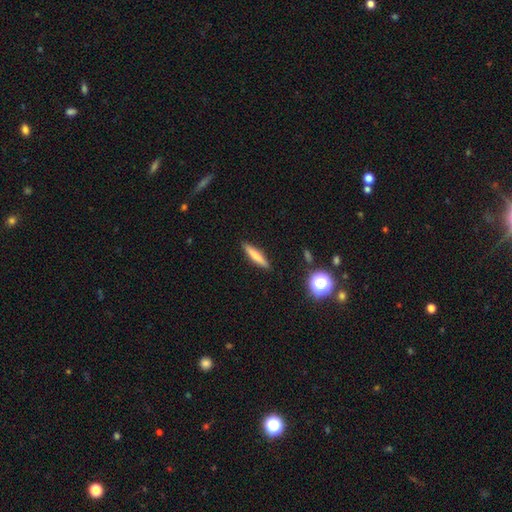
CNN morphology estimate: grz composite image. It shows a smooth galaxy with no disk features (68%) that is cigar-shaped (88%). Merging: none (90%).